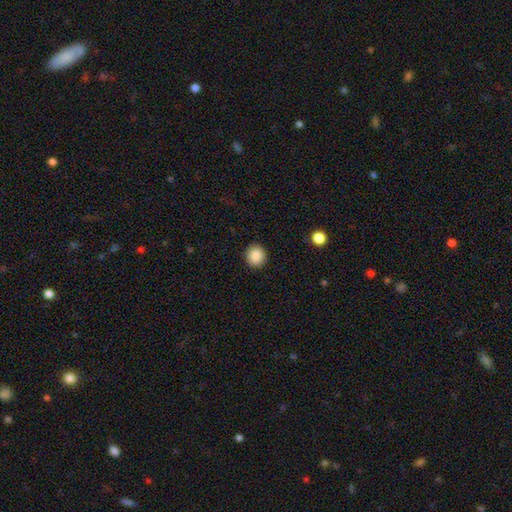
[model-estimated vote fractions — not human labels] Smooth or featured? Predicted: smooth (p=0.88). How rounded? Predicted: round (p=0.88). Merging? Predicted: none (p=0.92).